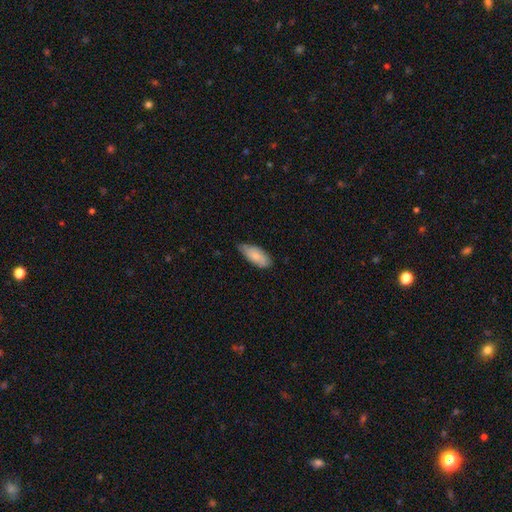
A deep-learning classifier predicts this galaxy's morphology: Overall: smooth (80%). How rounded: in between (85%). Merging: none (61%; minor disturbance 34%).